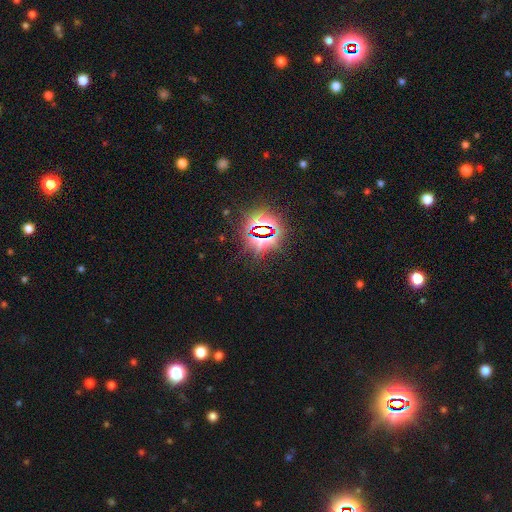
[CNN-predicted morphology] Smooth or featured: star or artifact — 82% (smooth — 12%)